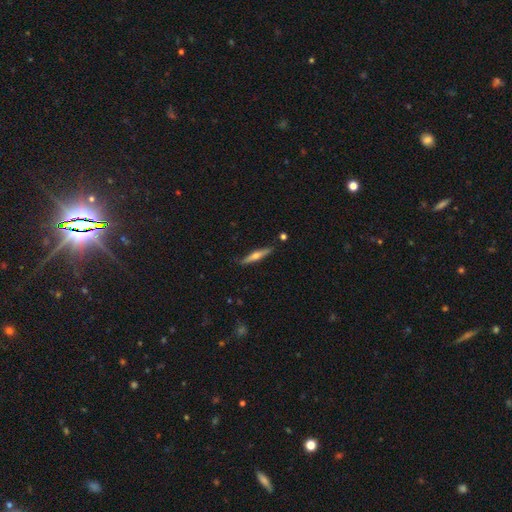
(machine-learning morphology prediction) Smooth or featured? Predicted: featured or disk (p=0.53). Edge-on disk? Predicted: yes (p=0.96). Edge-on bulge? Predicted: rounded (p=0.86). Merging? Predicted: none (p=0.84).